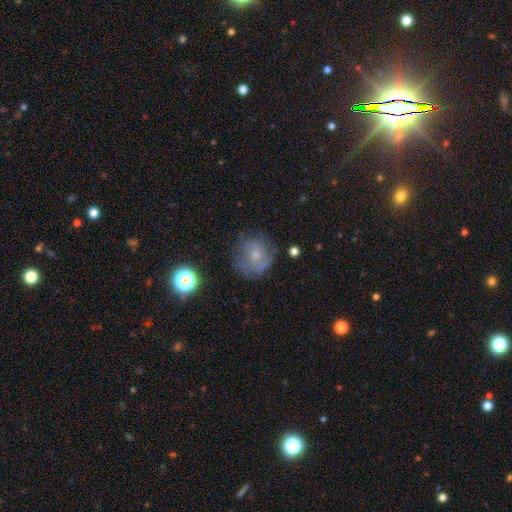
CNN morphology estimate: A featured or disk galaxy (46%).

Vote fractions:
- Smooth or featured? featured or disk: 46% / smooth: 39% / star or artifact: 15%
- Merging? none: 62% / minor disturbance: 22% / major disturbance: 13% / merger: 2%